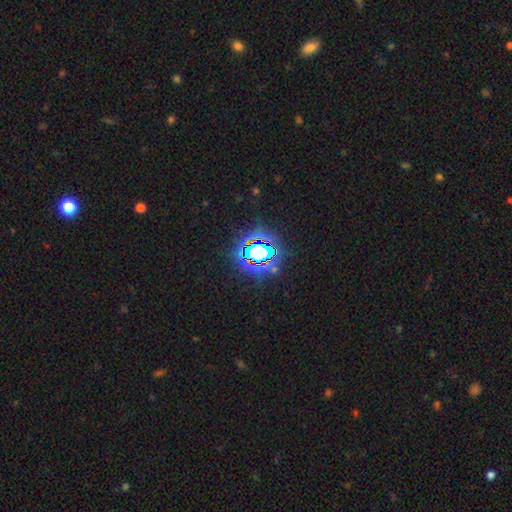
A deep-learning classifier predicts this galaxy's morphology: Smooth or featured? Predicted: star or artifact (p=0.70).